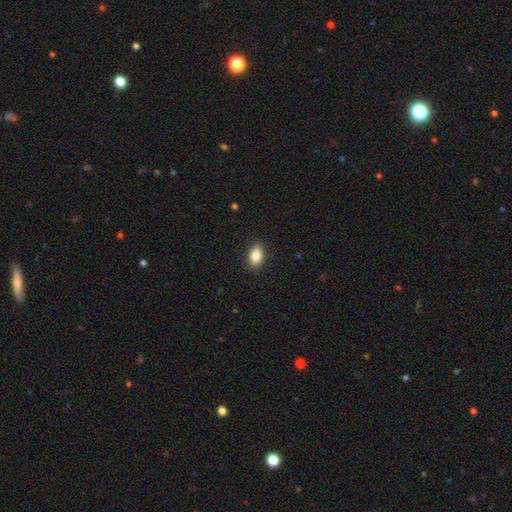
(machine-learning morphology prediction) This appears to be a smooth galaxy with no disk features (85%) that is in between round and cigar-shaped (88%). Merging: none (90%).